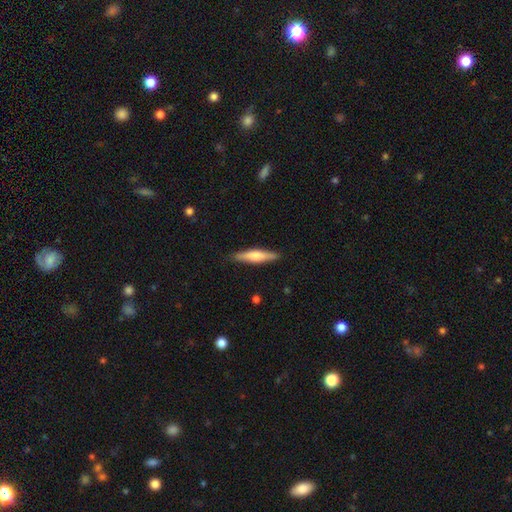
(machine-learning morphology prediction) type=smooth (60%); roundness=cigar-shaped (84%); merging=none (88%).